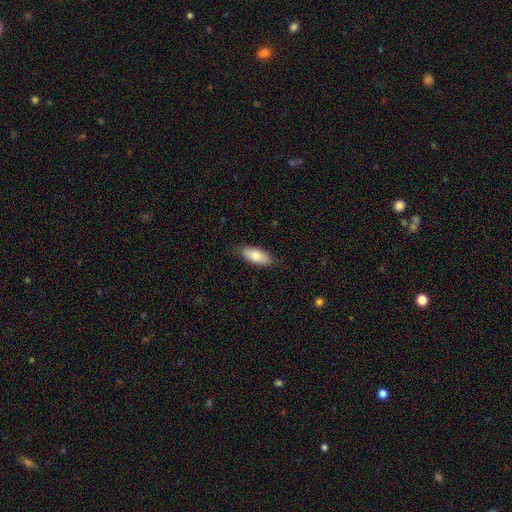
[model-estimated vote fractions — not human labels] Overall: smooth (78%). How rounded: in between (83%). Merging: none (83%).